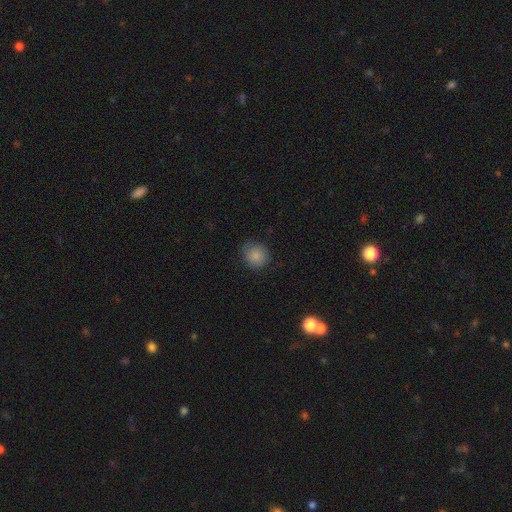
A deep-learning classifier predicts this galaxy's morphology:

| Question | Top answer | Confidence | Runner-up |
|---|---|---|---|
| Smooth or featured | smooth | 86% | star or artifact (10%) |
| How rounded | round | 87% | in between (12%) |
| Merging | none | 81% | minor disturbance (15%) |